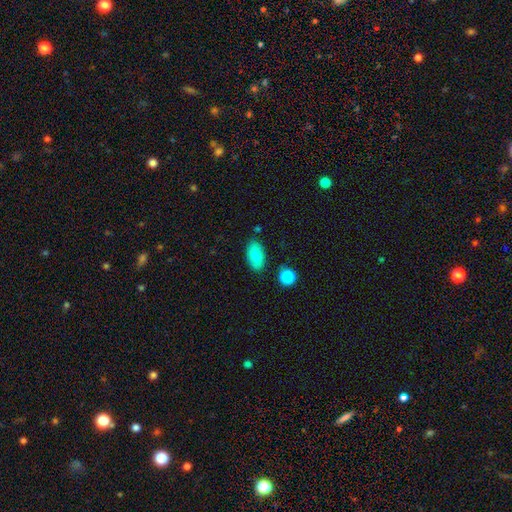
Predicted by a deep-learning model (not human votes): Morphology: type=smooth (80%); roundness=in between (92%); merging=none (80%).